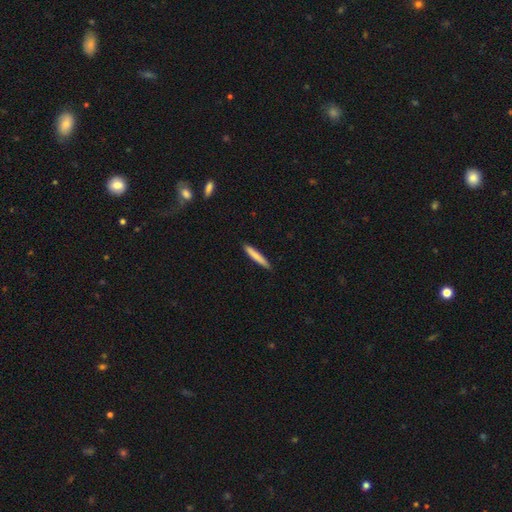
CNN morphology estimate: type=smooth (79%); roundness=cigar-shaped (95%); merging=none (90%).